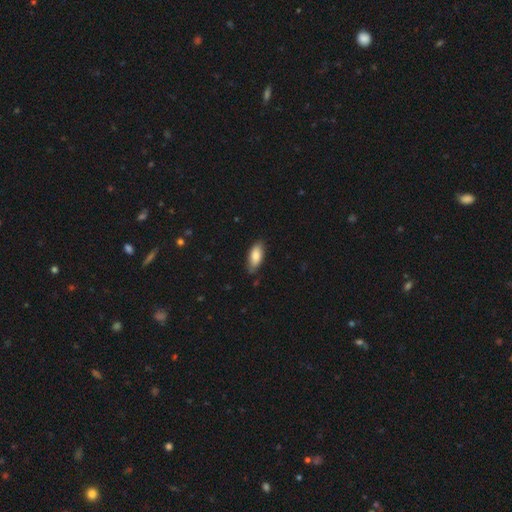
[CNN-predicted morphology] Smooth or featured? smooth (82%)
How rounded? in between (85%)
Merging? none (76%)